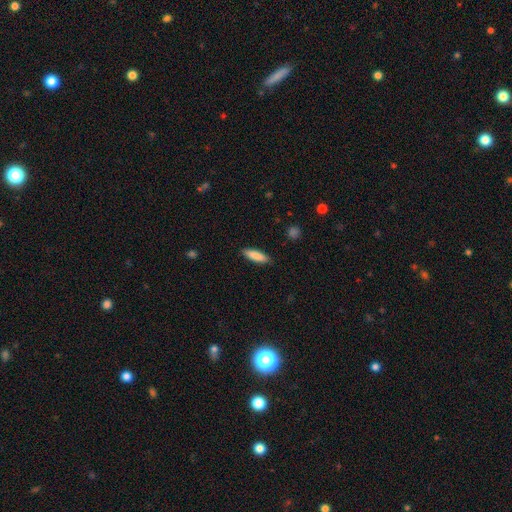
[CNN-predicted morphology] smooth 87%, featured or disk 8%, star or artifact 6%. Down the decision tree: how rounded — cigar-shaped (60%); merging — none (89%).